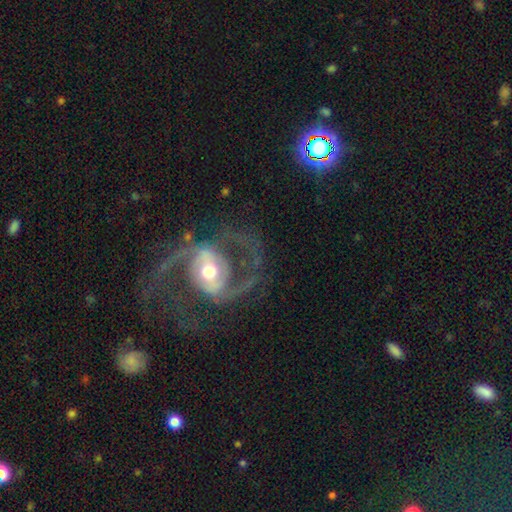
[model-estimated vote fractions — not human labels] Morphology: type=featured or disk (89%); edge-on=no (97%); bar=strong (41%); spiral arms=yes (96%); winding=medium (59%); arm count=2 (91%); bulge=moderate (56%); merging=none (70%).